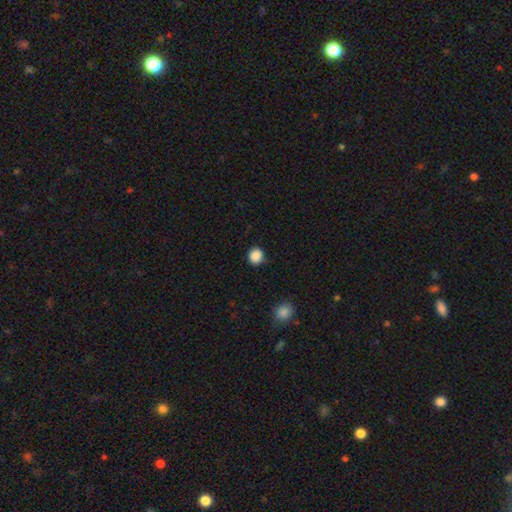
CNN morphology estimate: smooth_or_featured: smooth (p=0.88) [alt: star or artifact p=0.10]
how_rounded: round (p=0.84) [alt: in between p=0.15]
merging: none (p=0.84) [alt: minor disturbance p=0.12]